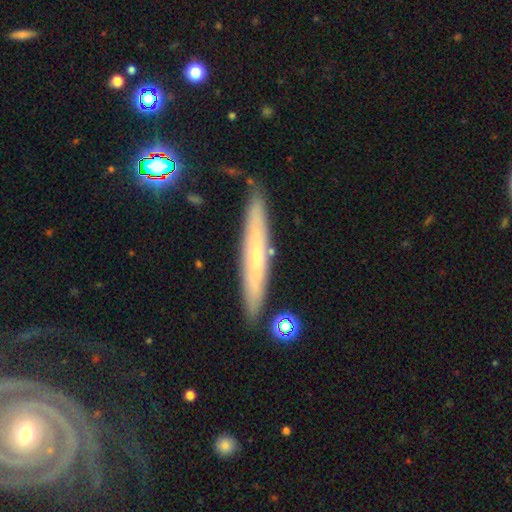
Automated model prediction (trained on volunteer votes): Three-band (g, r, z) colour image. It shows a featured or disk galaxy (54%) viewed edge-on (87%). Merging: none (84%).